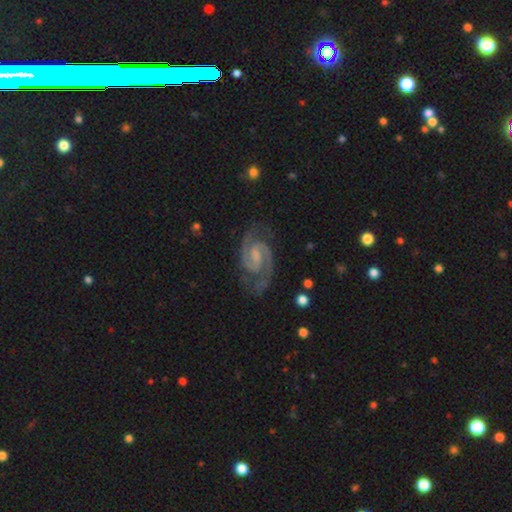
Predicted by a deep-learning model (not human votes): Overall: featured or disk (93%). Edge-on disk: no (98%). Bar: weak (54%; no 24%). Spiral arms: yes (99%). Spiral arm count: 2 (94%). Spiral winding: medium (53%; tight 40%). Bulge size: small (38%; none 33%). Merging: none (77%).